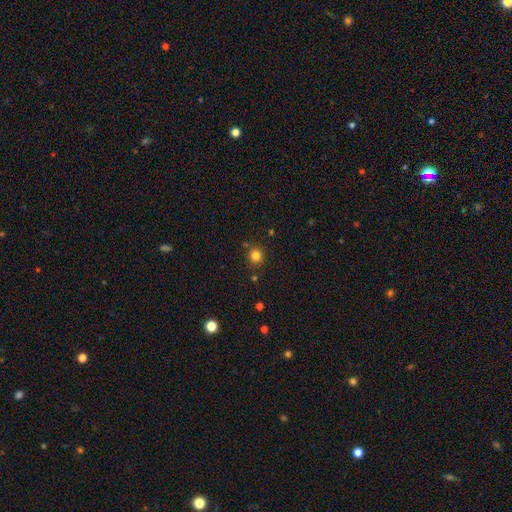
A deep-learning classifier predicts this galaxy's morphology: smooth 81%, star or artifact 13%, featured or disk 5%. Down the decision tree: how rounded — round (91%); merging — none (85%).